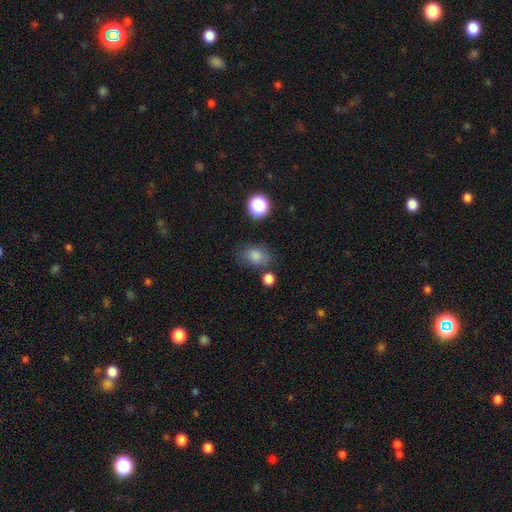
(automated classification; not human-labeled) smooth_or_featured: smooth (p=0.78) [alt: star or artifact p=0.14]
how_rounded: in between (p=0.73) [alt: round p=0.25]
merging: none (p=0.74) [alt: minor disturbance p=0.16]